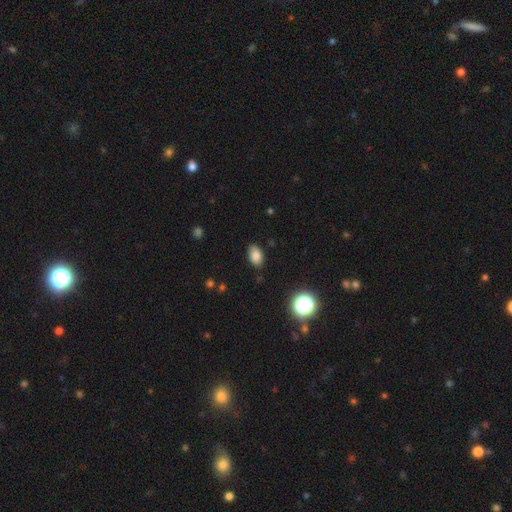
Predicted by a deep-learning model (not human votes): This appears to be a smooth galaxy with no disk features (83%) that is in between round and cigar-shaped (89%). Merging: none (84%).